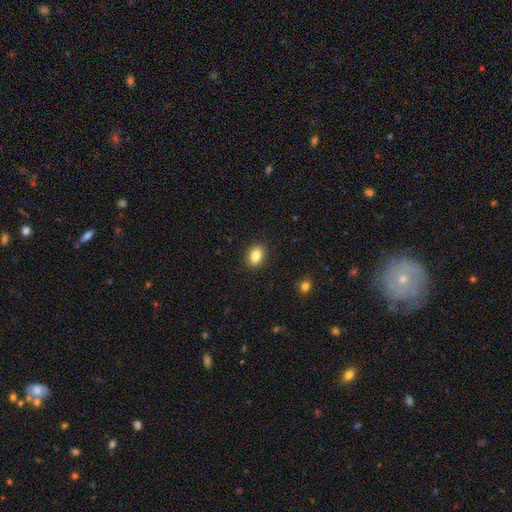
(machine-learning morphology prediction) Smooth or featured?
  - smooth: 83% *
  - star or artifact: 9%
  - featured or disk: 8%
How rounded?
  - in between: 72% *
  - round: 27%
  - cigar-shaped: 1%
Merging?
  - none: 90% *
  - minor disturbance: 8%
  - major disturbance: 2%
  - merger: 1%